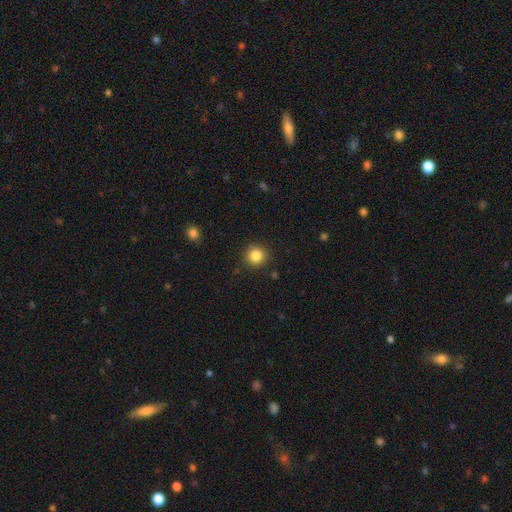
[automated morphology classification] The model was most divided on "smooth or featured": smooth: 84%, star or artifact: 11%, featured or disk: 5%. More confident: how rounded — round (93%); merging — none (90%).